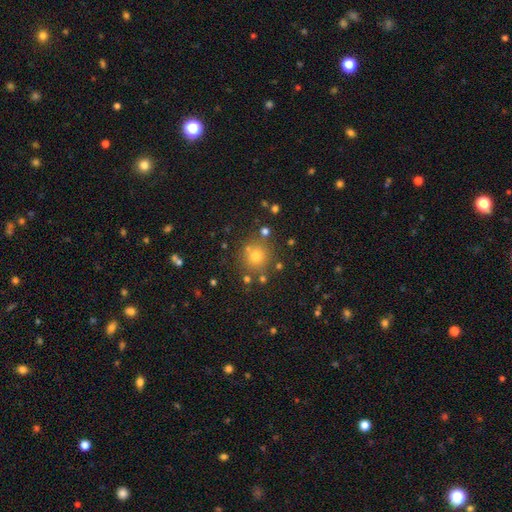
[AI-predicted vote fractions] This appears to be a smooth galaxy with no disk features (71%) that is round (92%). Merging: none (80%).